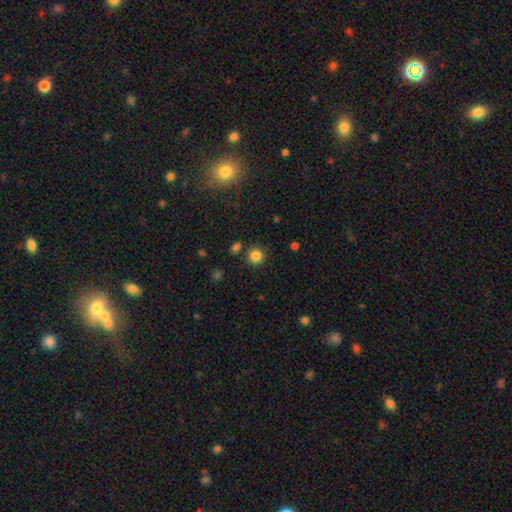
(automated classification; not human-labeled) Smooth or featured? smooth (84%)
How rounded? round (93%)
Merging? none (86%)